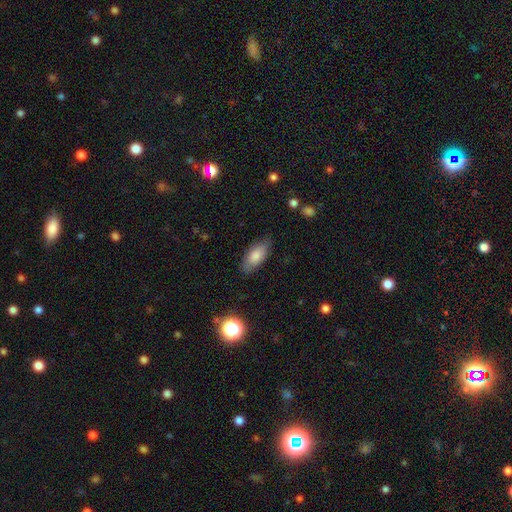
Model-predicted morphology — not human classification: Smooth or featured? Predicted: smooth (p=0.81). How rounded? Predicted: in between (p=0.87). Merging? Predicted: none (p=0.81).